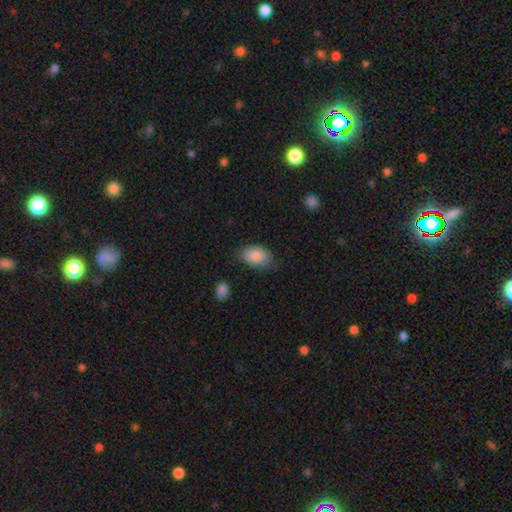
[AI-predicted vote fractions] The model was most divided on "merging": none: 69%, minor disturbance: 23%, major disturbance: 6%, merger: 2%. More confident: how rounded — in between (86%); smooth or featured — smooth (86%).